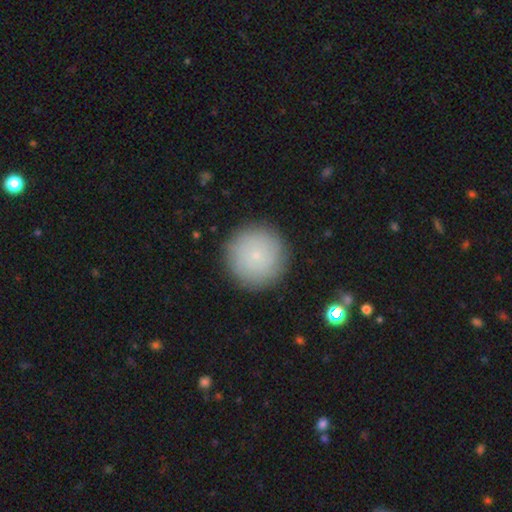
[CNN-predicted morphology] type=smooth (70%); roundness=round (95%); merging=none (89%).